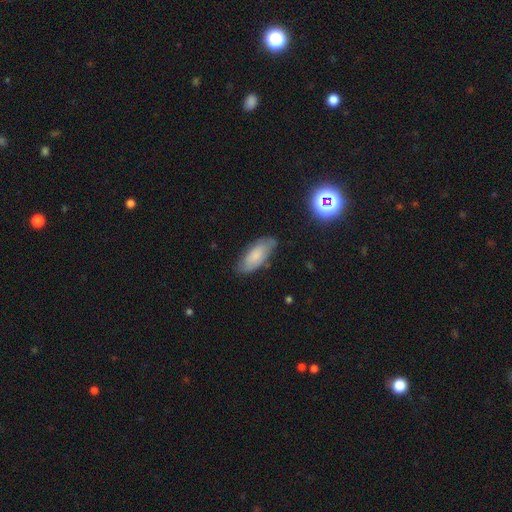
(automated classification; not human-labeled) Smooth or featured? Predicted: smooth (p=0.67). How rounded? Predicted: in between (p=0.84). Merging? Predicted: none (p=0.70).